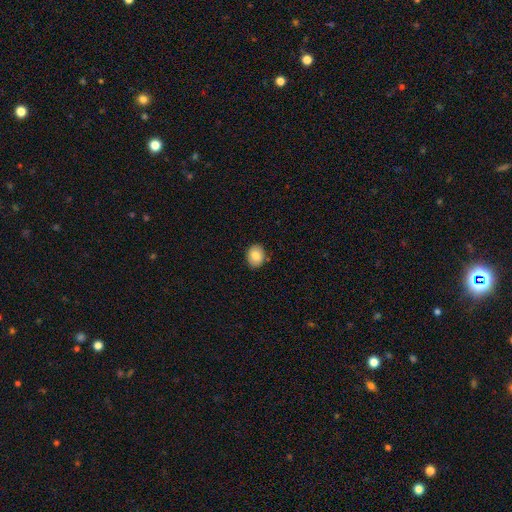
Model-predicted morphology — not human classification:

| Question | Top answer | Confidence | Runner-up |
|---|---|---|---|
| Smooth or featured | smooth | 83% | featured or disk (9%) |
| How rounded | in between | 52% | round (47%) |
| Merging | none | 88% | minor disturbance (9%) |